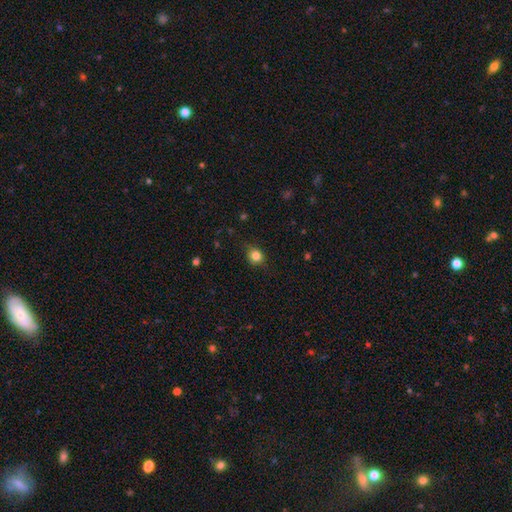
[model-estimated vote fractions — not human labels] Morphology: type=smooth (82%); roundness=round (81%); merging=none (79%).